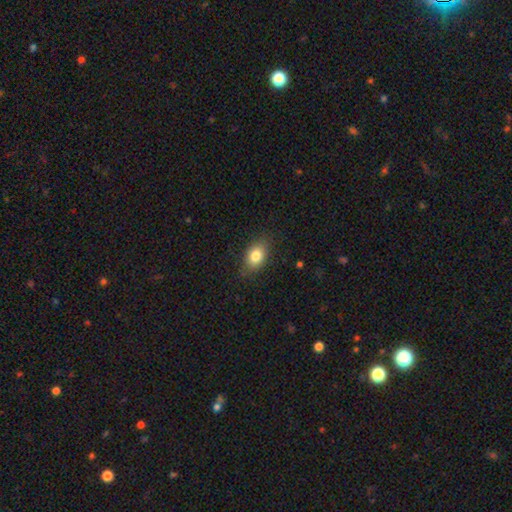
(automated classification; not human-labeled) A smooth galaxy with no disk features (81%) that is in between round and cigar-shaped (82%).

Vote fractions:
- Smooth or featured? smooth: 81% / featured or disk: 10% / star or artifact: 8%
- How rounded? in between: 82% / round: 16% / cigar-shaped: 2%
- Merging? none: 82% / minor disturbance: 14% / major disturbance: 3% / merger: 1%